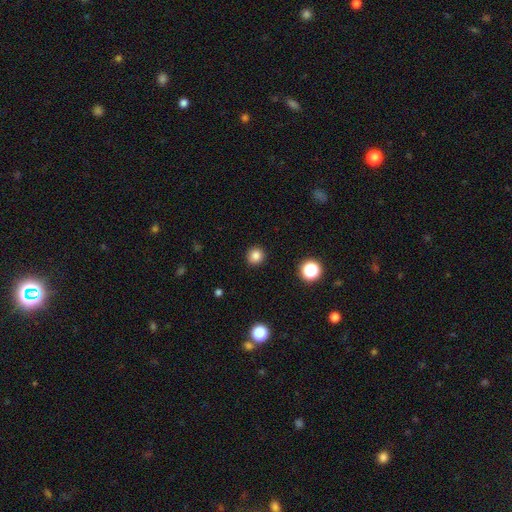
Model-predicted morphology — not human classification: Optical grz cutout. It shows a smooth galaxy with no disk features (83%) that is round (92%). Merging: none (92%).